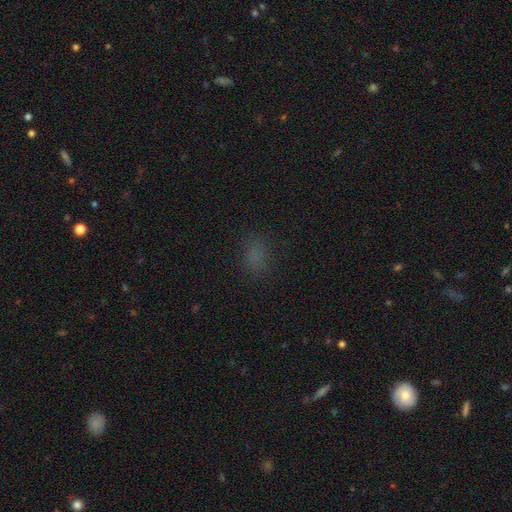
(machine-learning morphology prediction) This appears to be a smooth galaxy with no disk features (73%) that is in between round and cigar-shaped (63%). Merging: none (81%).